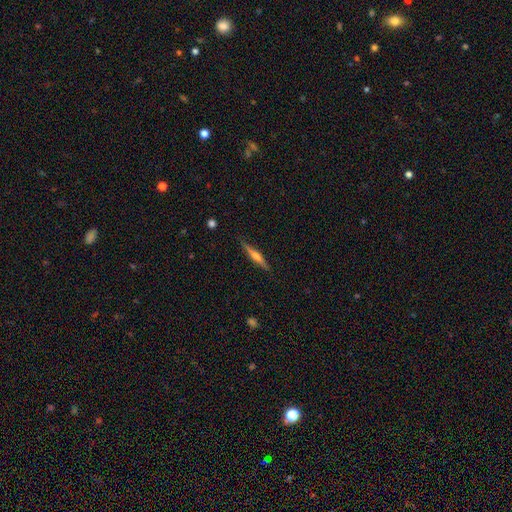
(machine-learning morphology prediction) Smooth or featured? featured or disk (67%)
Edge-on disk? yes (97%)
Edge-on bulge? rounded (75%)
Merging? none (87%)